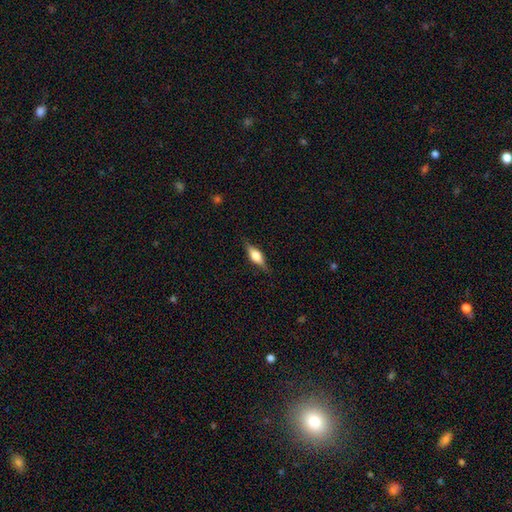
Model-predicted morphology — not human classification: A featured or disk galaxy (51%) viewed edge-on (94%).

Vote fractions:
- Smooth or featured? featured or disk: 51% / smooth: 41% / star or artifact: 7%
- Edge-on disk? yes: 94% / no: 6%
- Merging? none: 83% / minor disturbance: 13% / major disturbance: 3% / merger: 1%